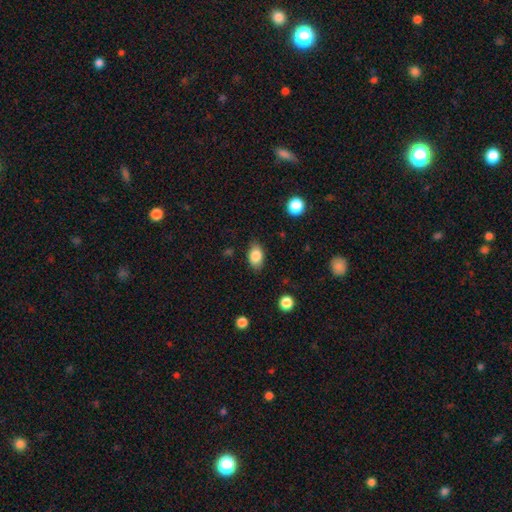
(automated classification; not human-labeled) This is clearly a smooth galaxy (84%). How rounded: clearly in between (86%). Merging: clearly none (82%).